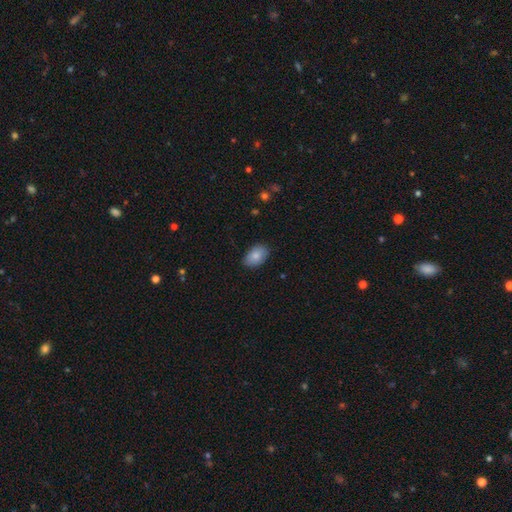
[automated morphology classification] Smooth or featured?
  - smooth: 83% *
  - featured or disk: 10%
  - star or artifact: 7%
How rounded?
  - in between: 89% *
  - round: 9%
  - cigar-shaped: 1%
Merging?
  - none: 83% *
  - minor disturbance: 13%
  - major disturbance: 2%
  - merger: 1%